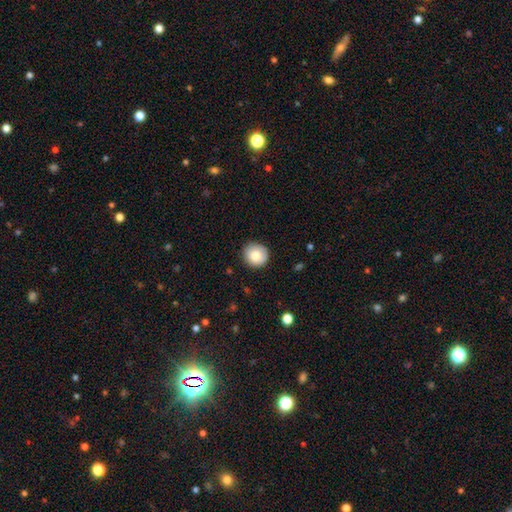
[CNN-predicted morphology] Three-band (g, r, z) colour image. It shows a smooth galaxy with no disk features (81%) that is round (91%). Merging: none (87%).